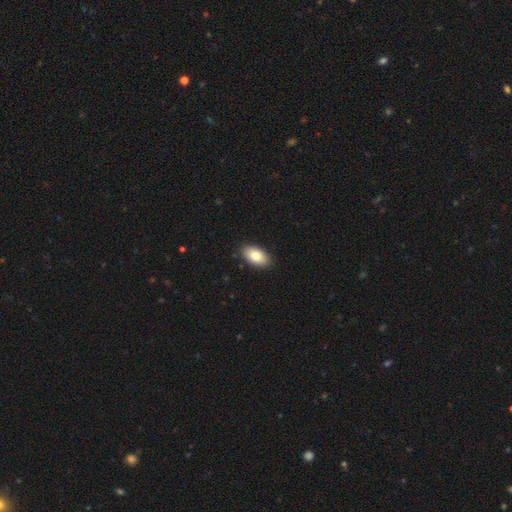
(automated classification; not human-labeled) This appears to be a smooth galaxy with no disk features (82%) that is in between round and cigar-shaped (94%). Merging: none (89%).